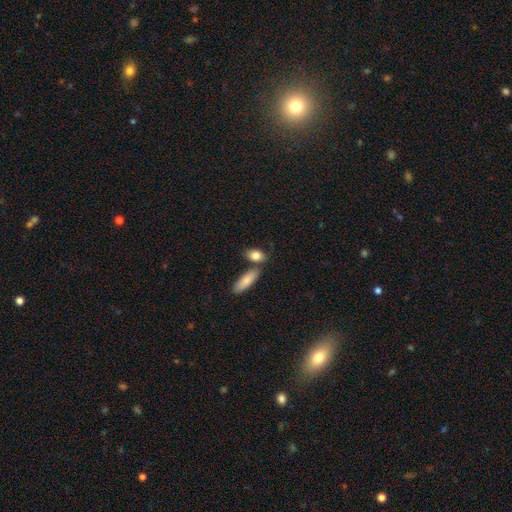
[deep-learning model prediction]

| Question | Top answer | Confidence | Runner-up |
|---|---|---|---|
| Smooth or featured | smooth | 85% | featured or disk (9%) |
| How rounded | in between | 80% | round (11%) |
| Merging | none | 63% | merger (20%) |